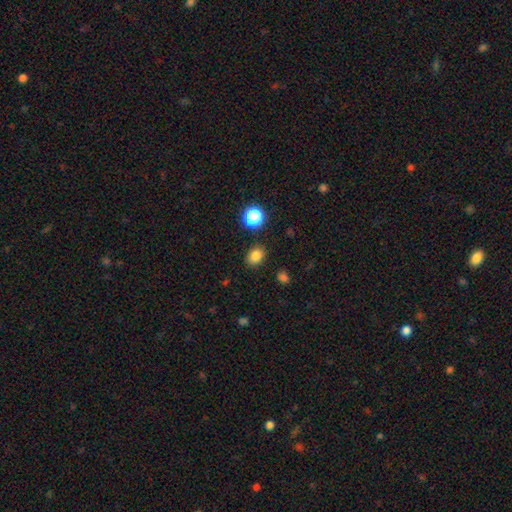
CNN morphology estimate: A smooth galaxy with no disk features (83%) that is in between round and cigar-shaped (61%). Merging: none (86%).